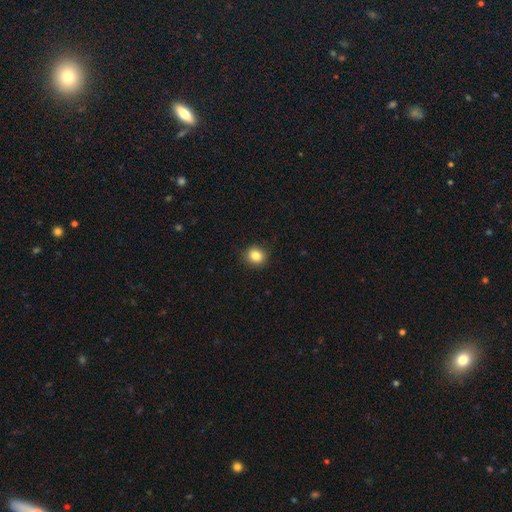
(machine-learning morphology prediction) type=smooth (84%); roundness=round (80%); merging=none (90%).